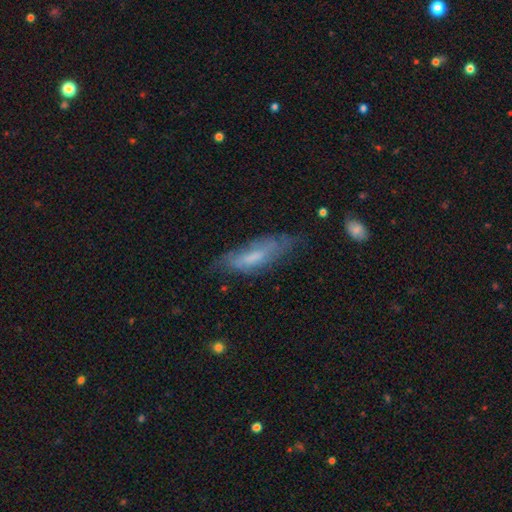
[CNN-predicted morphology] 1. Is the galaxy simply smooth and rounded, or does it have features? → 51% smooth, 41% featured or disk, 8% star or artifact.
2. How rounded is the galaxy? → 50% in between, 48% cigar-shaped, 2% round.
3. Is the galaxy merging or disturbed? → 53% none, 30% minor disturbance, 14% major disturbance, 3% merger.